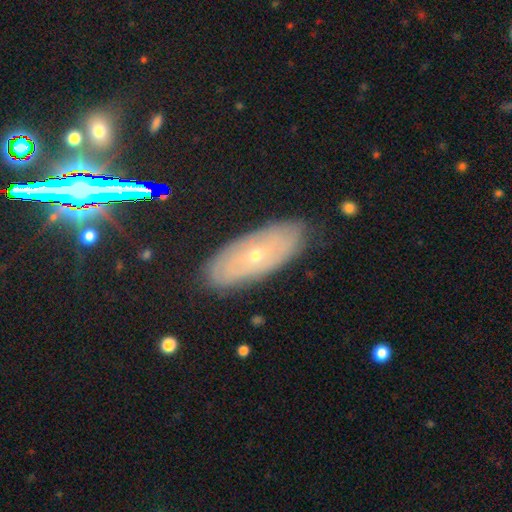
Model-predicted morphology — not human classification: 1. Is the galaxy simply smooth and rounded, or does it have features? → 53% featured or disk, 35% smooth, 12% star or artifact.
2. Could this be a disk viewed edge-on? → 79% no, 21% yes.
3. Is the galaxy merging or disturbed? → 84% none, 12% minor disturbance, 3% major disturbance, 1% merger.